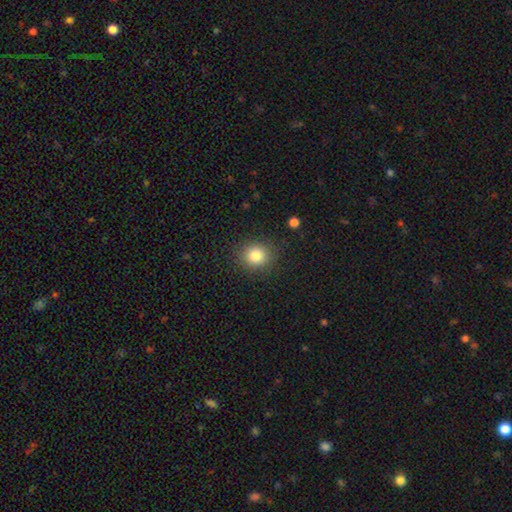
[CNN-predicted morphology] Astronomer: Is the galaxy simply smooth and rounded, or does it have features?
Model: smooth — 82%.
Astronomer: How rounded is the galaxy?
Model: round — 83%.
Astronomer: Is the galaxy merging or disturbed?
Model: none — 88%.